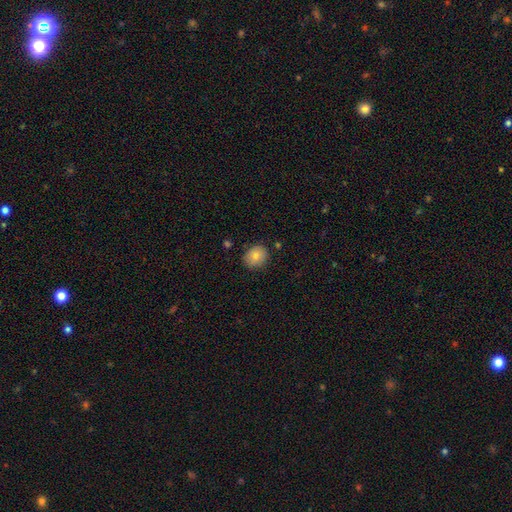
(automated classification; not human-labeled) Smooth or featured? Predicted: smooth (p=0.81). How rounded? Predicted: round (p=0.71). Merging? Predicted: none (p=0.81).